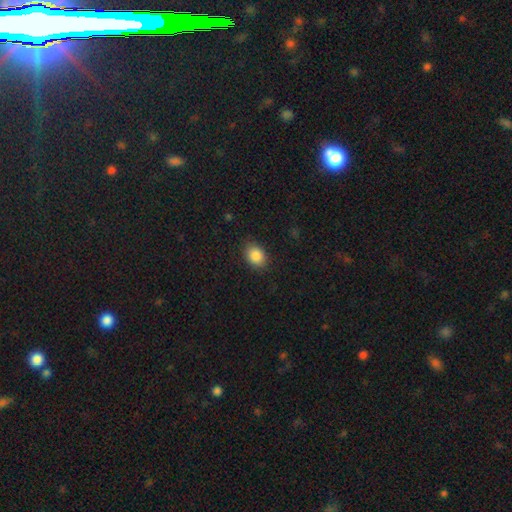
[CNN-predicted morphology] Smooth or featured?
  - smooth: 87% *
  - star or artifact: 9%
  - featured or disk: 4%
How rounded?
  - in between: 60% *
  - round: 39%
  - cigar-shaped: 1%
Merging?
  - none: 83% *
  - minor disturbance: 13%
  - major disturbance: 3%
  - merger: 1%